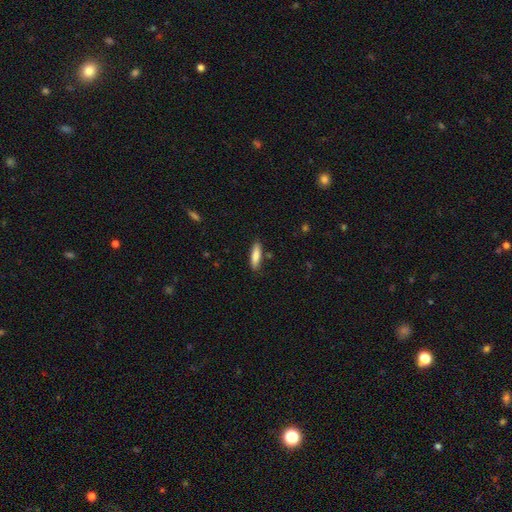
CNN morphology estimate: Overall: smooth (83%). How rounded: cigar-shaped (62%; in between 36%). Merging: none (84%).